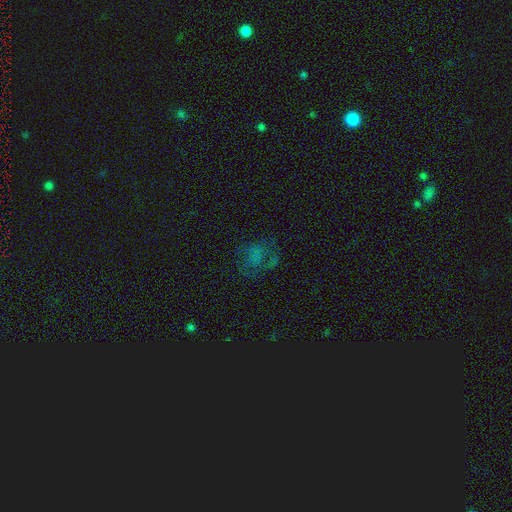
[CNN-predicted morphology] A smooth galaxy with no disk features (42%).

Vote fractions:
- Smooth or featured? smooth: 42% / featured or disk: 32% / star or artifact: 27%
- Merging? none: 54% / major disturbance: 25% / minor disturbance: 18% / merger: 3%